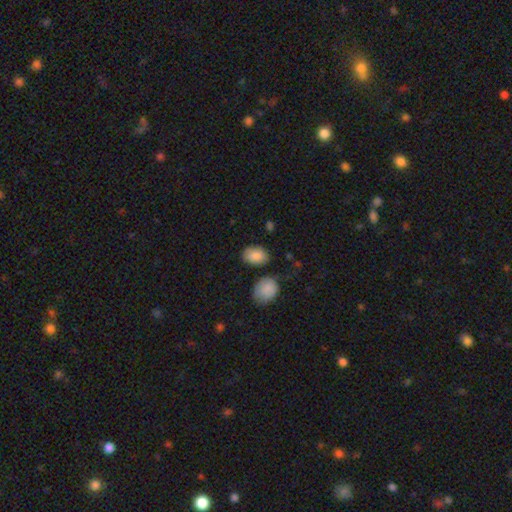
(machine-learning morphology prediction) Smooth or featured? Predicted: smooth (p=0.88). How rounded? Predicted: in between (p=0.84). Merging? Predicted: none (p=0.76).